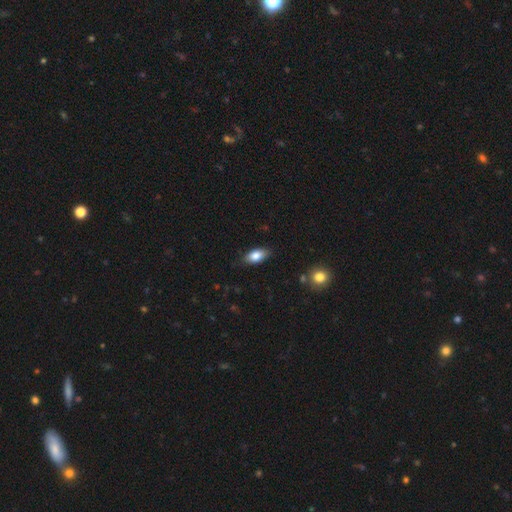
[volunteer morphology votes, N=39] This appears to be a smooth galaxy with no disk features (77%) that is in between round and cigar-shaped (83%). Merging: none (69%).